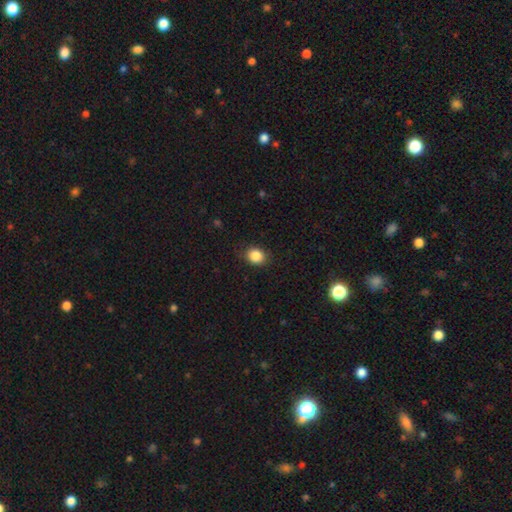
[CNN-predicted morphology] Smooth or featured? Predicted: smooth (p=0.87). How rounded? Predicted: round (p=0.65). Merging? Predicted: none (p=0.85).